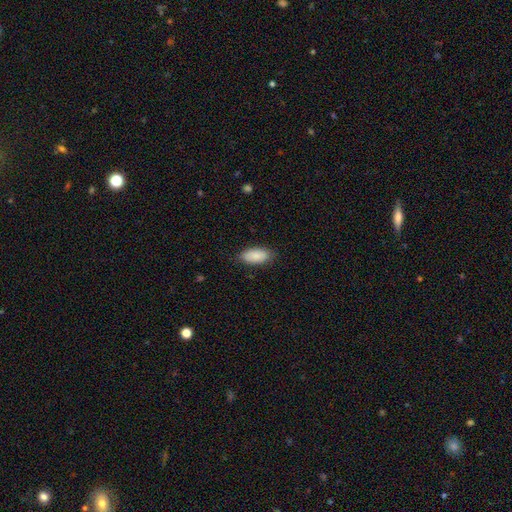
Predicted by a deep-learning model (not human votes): This is clearly a smooth galaxy (88%). How rounded: clearly in between (92%). Merging: clearly none (82%).